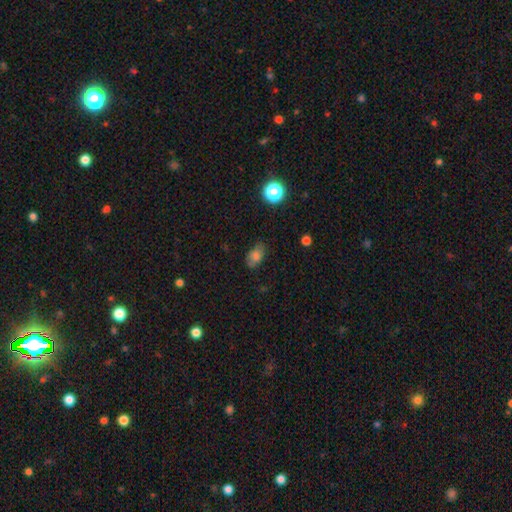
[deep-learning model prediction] Smooth or featured? smooth (74%)
How rounded? in between (86%)
Merging? none (67%)